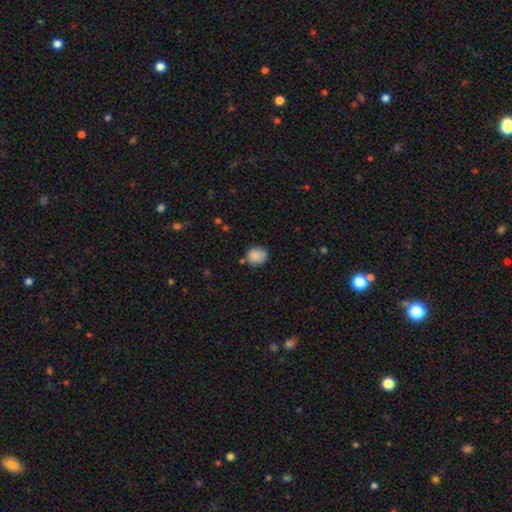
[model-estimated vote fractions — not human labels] smooth_or_featured: smooth (p=0.87) [alt: star or artifact p=0.08]
how_rounded: round (p=0.81) [alt: in between p=0.18]
merging: none (p=0.73) [alt: minor disturbance p=0.18]